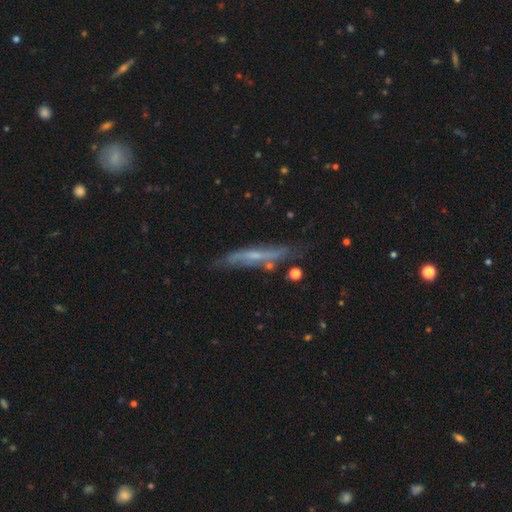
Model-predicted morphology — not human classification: Smooth or featured? Predicted: featured or disk (p=0.60). Edge-on disk? Predicted: yes (p=0.72). Merging? Predicted: none (p=0.66).